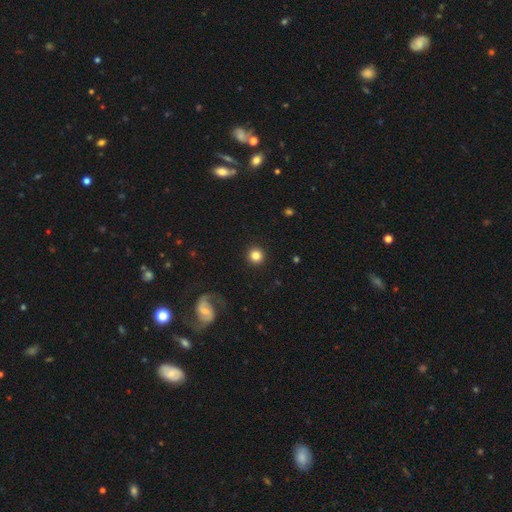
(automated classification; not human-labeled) smooth-or-featured: smooth: 83% | star or artifact: 10% | featured or disk: 7%
  how-rounded: round: 95% | in between: 4% | cigar-shaped: 1%
  merging: none: 92% | minor disturbance: 5% | major disturbance: 2% | merger: 1%